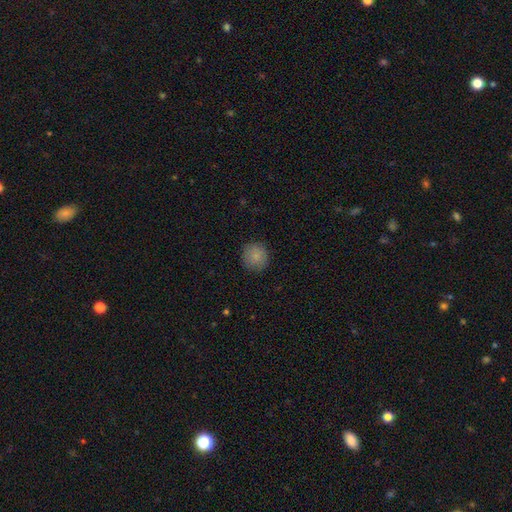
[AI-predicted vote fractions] smooth_or_featured: smooth (p=0.85) [alt: star or artifact p=0.09]
how_rounded: round (p=0.92) [alt: in between p=0.07]
merging: none (p=0.86) [alt: minor disturbance p=0.10]